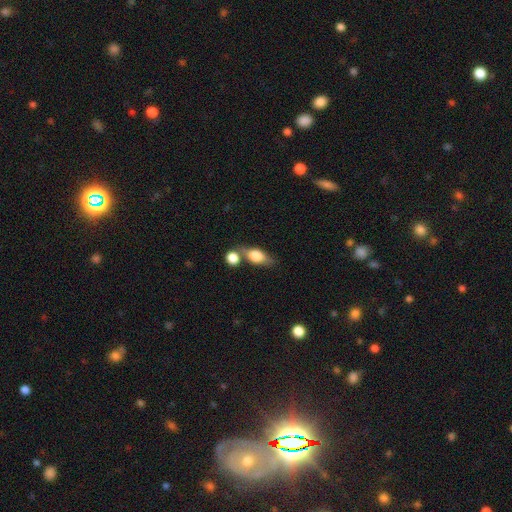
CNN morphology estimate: Smooth or featured?
  - smooth: 71% *
  - featured or disk: 21%
  - star or artifact: 8%
How rounded?
  - in between: 71% *
  - round: 16%
  - cigar-shaped: 12%
Merging?
  - none: 46% *
  - merger: 33%
  - minor disturbance: 14%
  - major disturbance: 6%